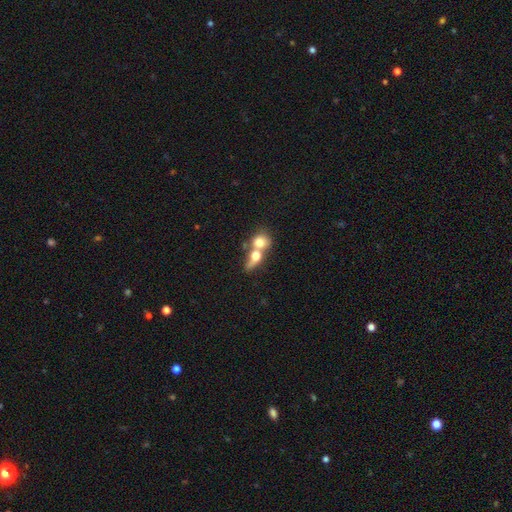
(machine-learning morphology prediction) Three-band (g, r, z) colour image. It shows a smooth galaxy with no disk features (67%) that is round (49%). Merging: merger (73%).